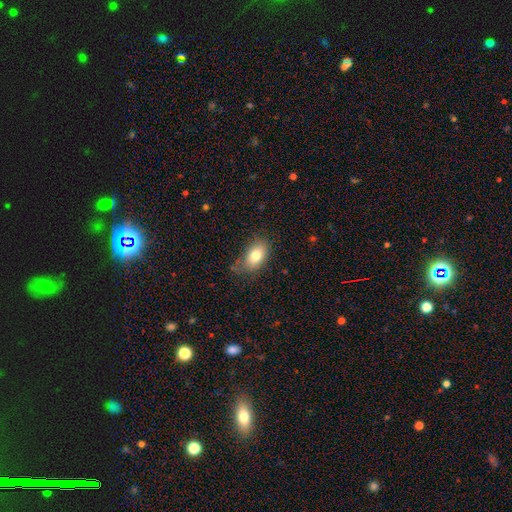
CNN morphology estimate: Overall: smooth (78%). How rounded: in between (87%). Merging: none (66%).